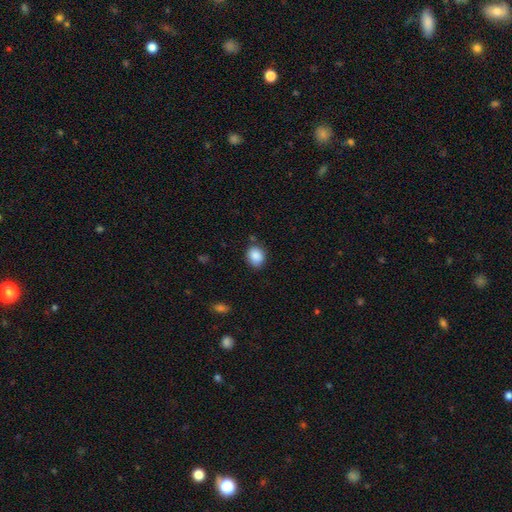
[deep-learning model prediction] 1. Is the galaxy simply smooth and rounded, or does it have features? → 88% smooth, 8% star or artifact, 4% featured or disk.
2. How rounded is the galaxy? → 53% round, 46% in between, 1% cigar-shaped.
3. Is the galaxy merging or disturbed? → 77% none, 17% minor disturbance, 4% major disturbance, 3% merger.